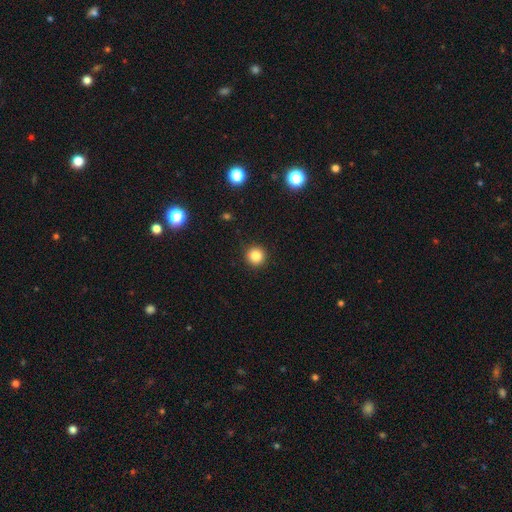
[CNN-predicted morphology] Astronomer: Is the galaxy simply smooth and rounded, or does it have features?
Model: smooth — 84%.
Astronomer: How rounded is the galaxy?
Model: round — 95%.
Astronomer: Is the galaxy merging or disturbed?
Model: none — 91%.